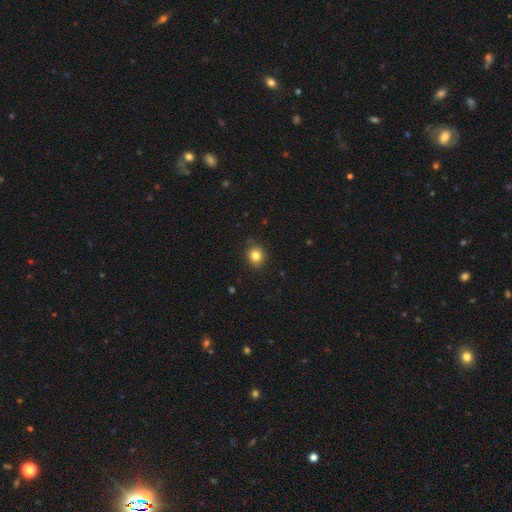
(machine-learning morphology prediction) type=smooth (82%); roundness=round (84%); merging=none (87%).